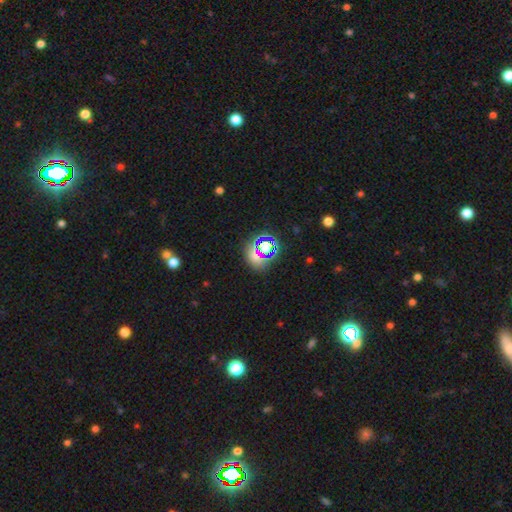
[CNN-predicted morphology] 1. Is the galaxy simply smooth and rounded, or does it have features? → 59% star or artifact, 31% smooth, 10% featured or disk.